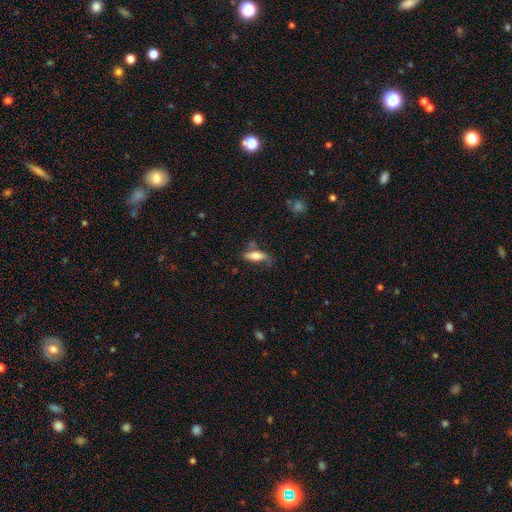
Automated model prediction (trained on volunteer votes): smooth-or-featured: smooth: 71% | featured or disk: 21% | star or artifact: 7%
  how-rounded: in between: 65% | cigar-shaped: 32% | round: 3%
  merging: none: 51% | minor disturbance: 28% | major disturbance: 15% | merger: 7%